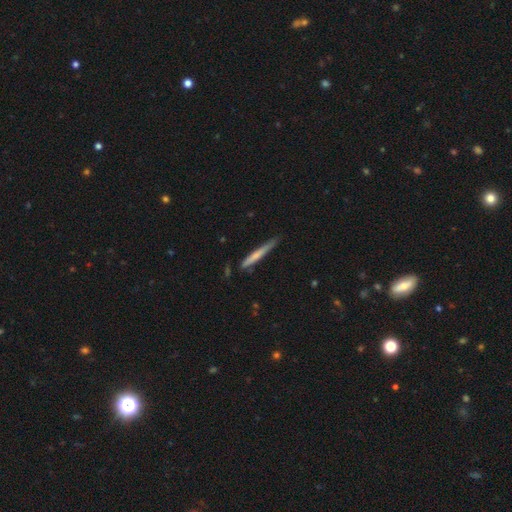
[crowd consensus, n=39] Smooth or featured?
  - smooth: 54% *
  - featured or disk: 41%
  - star or artifact: 5%
How rounded?
  - cigar-shaped: 95% *
  - round: 5%
  - in between: 0%
Merging?
  - none: 57% *
  - minor disturbance: 43%
  - major disturbance: 0%
  - merger: 0%